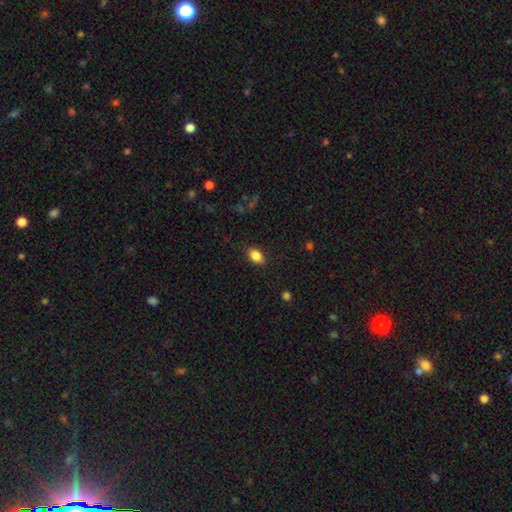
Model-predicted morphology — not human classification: This is clearly a smooth galaxy (87%). How rounded: clearly in between (85%). Merging: clearly none (87%).